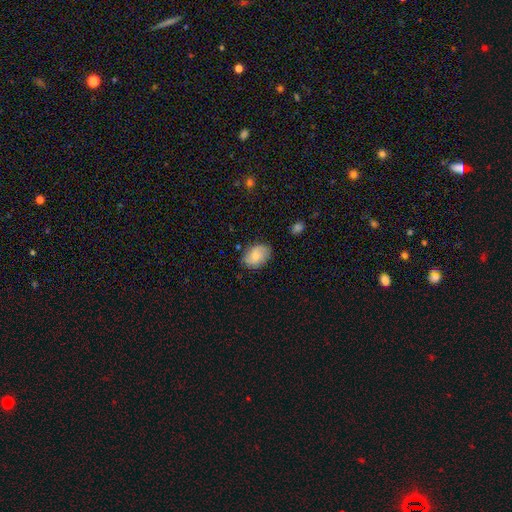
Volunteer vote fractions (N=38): Smooth or featured? smooth (68%)
How rounded? in between (85%)
Merging? none (73%)